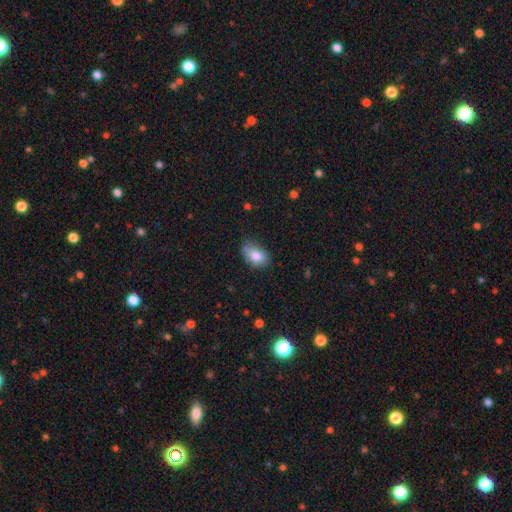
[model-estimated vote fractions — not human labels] A smooth galaxy with no disk features (82%) that is in between round and cigar-shaped (87%).

Vote fractions:
- Smooth or featured? smooth: 82% / featured or disk: 11% / star or artifact: 8%
- How rounded? in between: 87% / round: 11% / cigar-shaped: 1%
- Merging? none: 65% / minor disturbance: 28% / major disturbance: 5% / merger: 2%